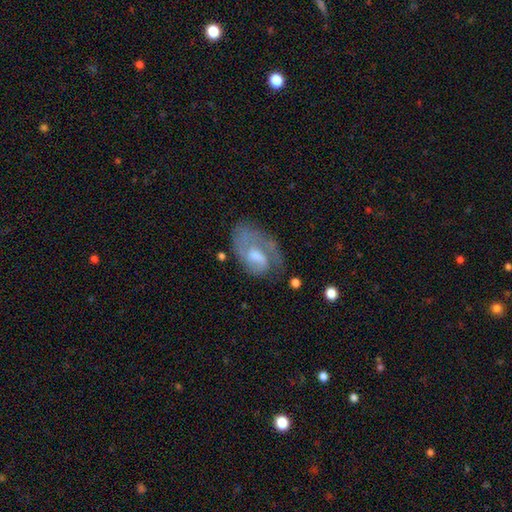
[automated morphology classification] Q: Smooth or featured?
A: featured or disk (67%); runner-up: smooth (25%)
Q: Edge-on disk?
A: no (96%); runner-up: yes (4%)
Q: Bar?
A: no (53%); runner-up: weak (40%)
Q: Spiral arms?
A: yes (82%); runner-up: no (18%)
Q: Spiral winding?
A: tight (40%); runner-up: medium (39%)
Q: Spiral arm count?
A: 1 (54%); runner-up: 2 (24%)
Q: Bulge size?
A: moderate (46%); runner-up: small (24%)
Q: Merging?
A: none (48%); runner-up: major disturbance (25%)